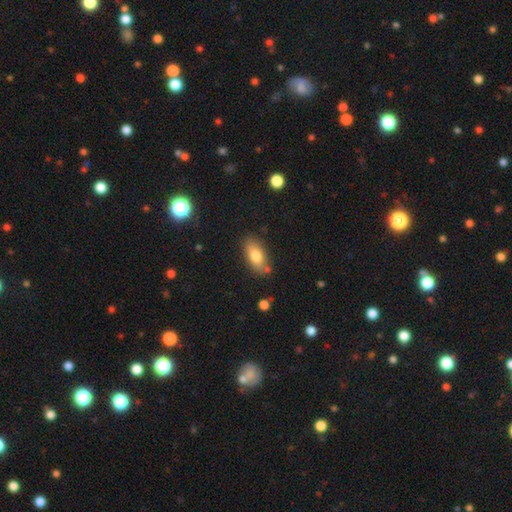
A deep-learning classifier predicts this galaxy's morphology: Overall: smooth (77%). How rounded: in between (86%). Merging: none (77%).